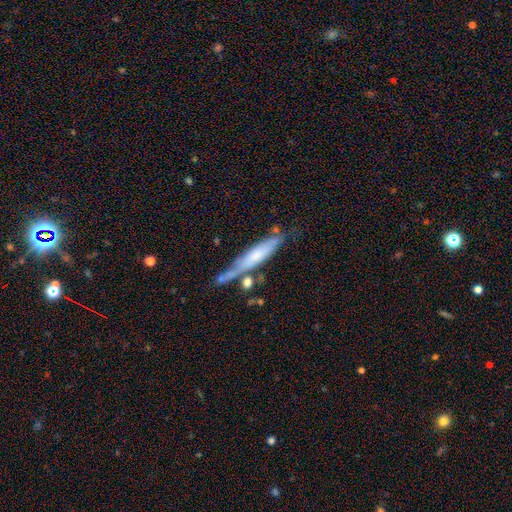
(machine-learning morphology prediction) This is possibly a smooth galaxy (50%). How rounded: clearly cigar-shaped (86%). Merging: possibly none (56%).